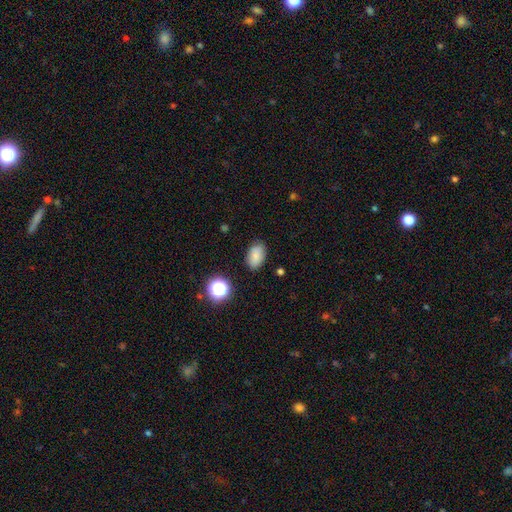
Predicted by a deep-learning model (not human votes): Morphology: type=smooth (81%); roundness=in between (88%); merging=none (82%).